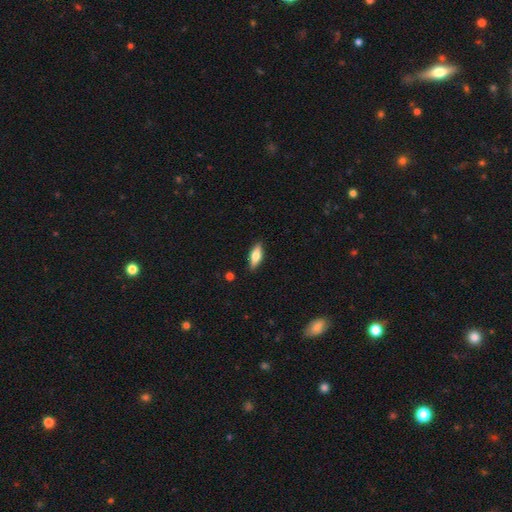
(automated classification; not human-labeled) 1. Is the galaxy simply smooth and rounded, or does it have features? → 67% smooth, 27% featured or disk, 6% star or artifact.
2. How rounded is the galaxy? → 67% in between, 30% cigar-shaped, 3% round.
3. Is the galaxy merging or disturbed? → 88% none, 9% minor disturbance, 2% major disturbance, 1% merger.